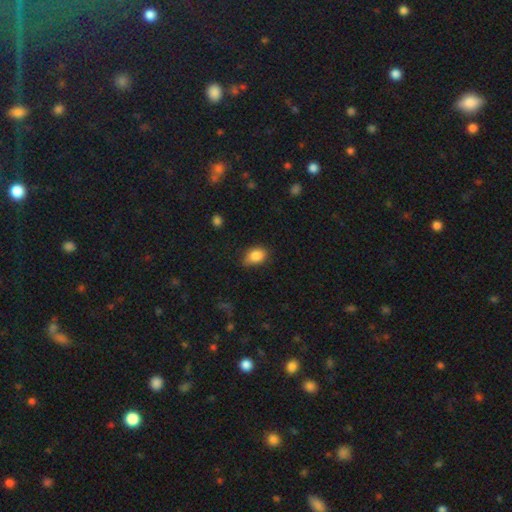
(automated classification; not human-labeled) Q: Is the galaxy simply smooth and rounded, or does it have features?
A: smooth — 86%.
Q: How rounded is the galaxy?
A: in between — 77%.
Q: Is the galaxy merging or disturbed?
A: none — 68%.